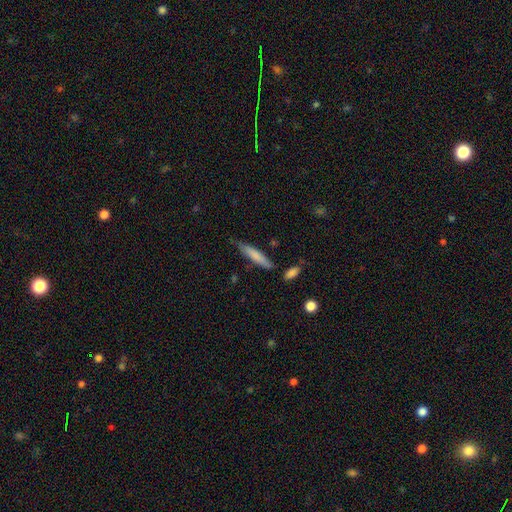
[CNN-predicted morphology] The model was most divided on "smooth or featured": smooth: 75%, featured or disk: 19%, star or artifact: 6%. More confident: how rounded — cigar-shaped (87%); merging — none (77%).